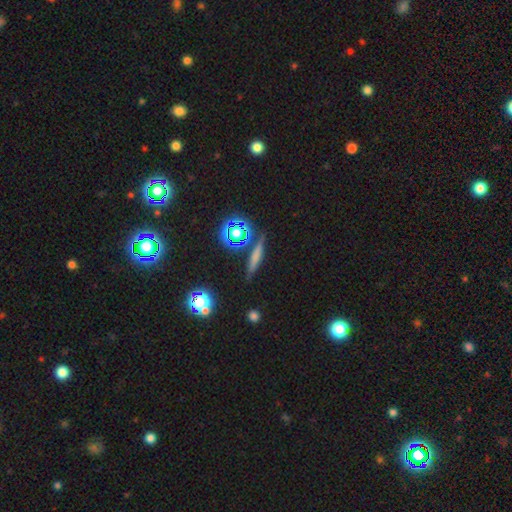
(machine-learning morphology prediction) Smooth or featured: smooth — 57% (featured or disk — 25%)
How rounded: cigar-shaped — 82% (in between — 11%)
Merging: none — 82% (minor disturbance — 11%)